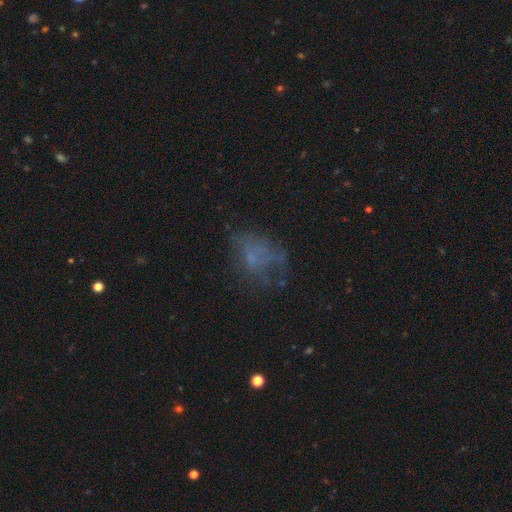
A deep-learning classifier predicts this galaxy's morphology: Q: Smooth or featured?
A: smooth (43%); runner-up: featured or disk (35%)
Q: Merging?
A: none (43%); runner-up: major disturbance (32%)